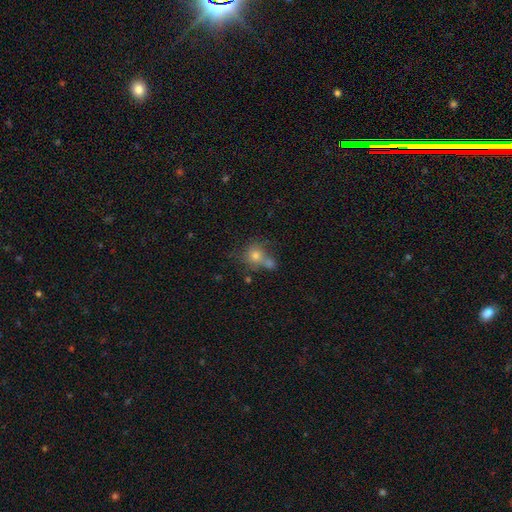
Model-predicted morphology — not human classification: smooth 71%, featured or disk 15%, star or artifact 14%. Down the decision tree: how rounded — round (80%); merging — none (46%).